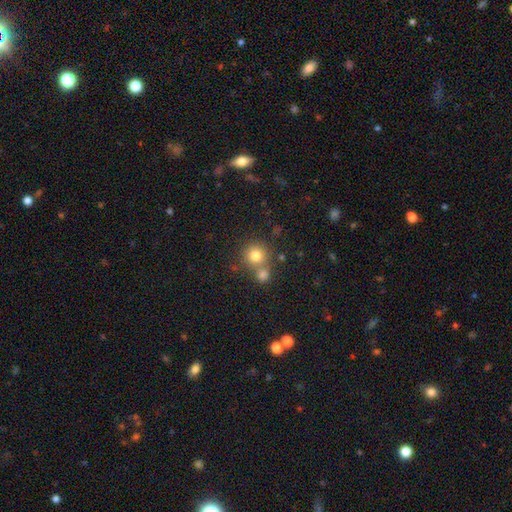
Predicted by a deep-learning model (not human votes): Smooth or featured? Predicted: smooth (p=0.78). How rounded? Predicted: round (p=0.91). Merging? Predicted: none (p=0.62).